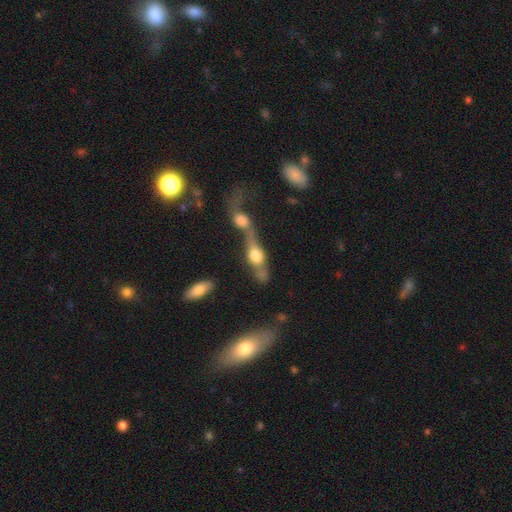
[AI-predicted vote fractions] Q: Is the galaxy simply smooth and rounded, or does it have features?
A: featured or disk — 46%.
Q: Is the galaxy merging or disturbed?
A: merger — 68%.